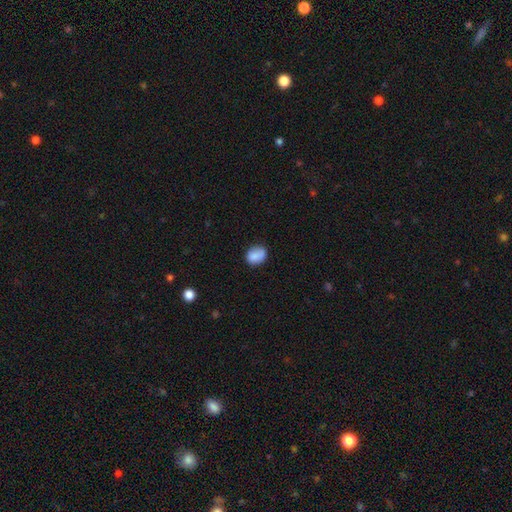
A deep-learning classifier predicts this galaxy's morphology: A smooth galaxy with no disk features (84%) that is round (51%). Merging: none (72%).